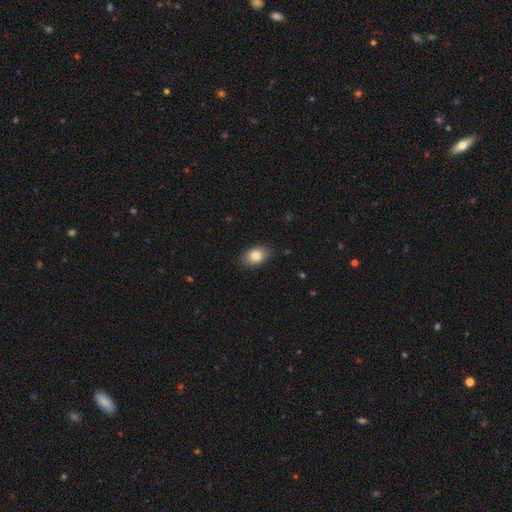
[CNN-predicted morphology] Smooth or featured? Predicted: smooth (p=0.84). How rounded? Predicted: in between (p=0.86). Merging? Predicted: none (p=0.85).